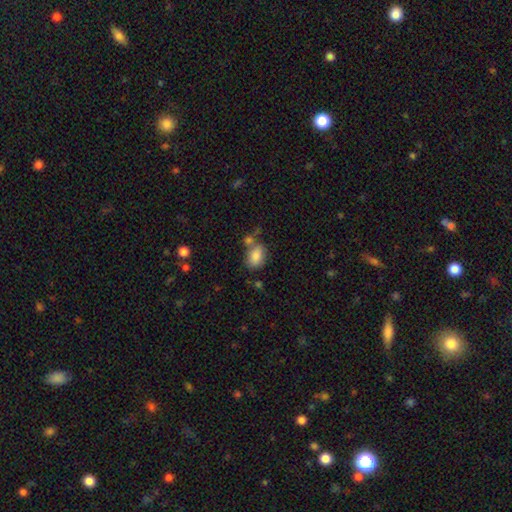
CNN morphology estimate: Smooth or featured: smooth — 84% (star or artifact — 8%)
How rounded: in between — 82% (round — 16%)
Merging: none — 56% (merger — 20%)